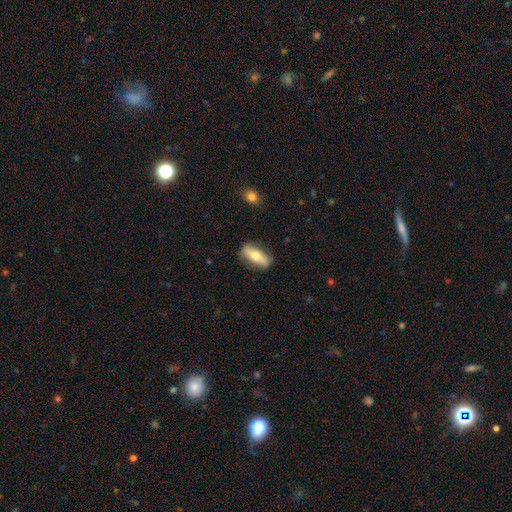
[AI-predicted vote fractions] This appears to be a smooth galaxy with no disk features (60%) that is in between round and cigar-shaped (66%). Merging: none (82%).